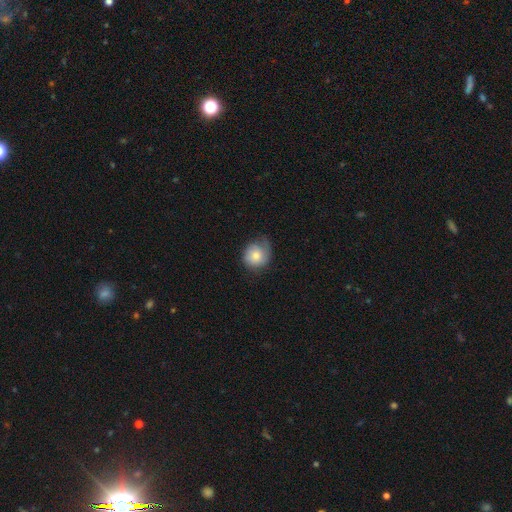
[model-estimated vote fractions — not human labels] Q: Smooth or featured?
A: smooth (69%); runner-up: featured or disk (24%)
Q: How rounded?
A: round (77%); runner-up: in between (23%)
Q: Merging?
A: none (48%); runner-up: minor disturbance (35%)